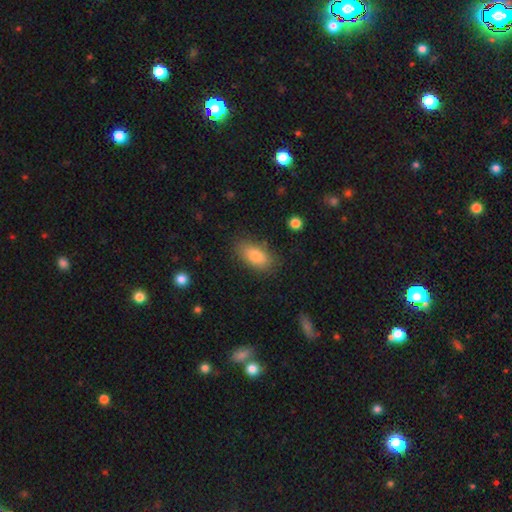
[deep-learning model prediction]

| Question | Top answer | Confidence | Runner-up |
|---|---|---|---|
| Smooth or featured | smooth | 82% | featured or disk (10%) |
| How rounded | in between | 88% | cigar-shaped (9%) |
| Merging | none | 81% | minor disturbance (13%) |